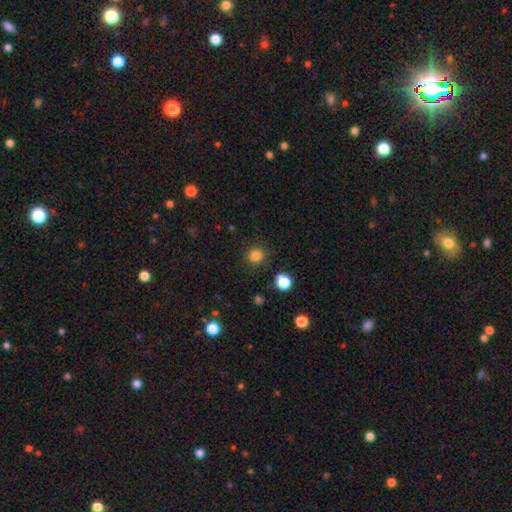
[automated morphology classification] Overall: smooth (82%). How rounded: round (92%). Merging: none (88%).